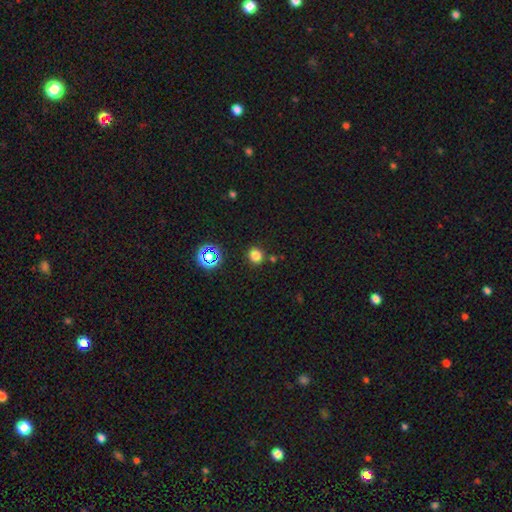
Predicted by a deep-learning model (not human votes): A smooth galaxy with no disk features (76%) that is round (78%).

Vote fractions:
- Smooth or featured? smooth: 76% / star or artifact: 18% / featured or disk: 6%
- How rounded? round: 78% / in between: 21% / cigar-shaped: 1%
- Merging? none: 83% / minor disturbance: 8% / merger: 5% / major disturbance: 3%